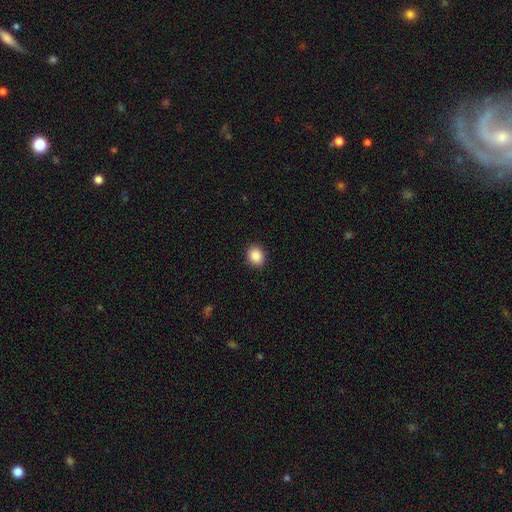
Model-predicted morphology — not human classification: The model was most divided on "how rounded": round: 62%, in between: 37%, cigar-shaped: 1%. More confident: merging — none (91%); smooth or featured — smooth (88%).